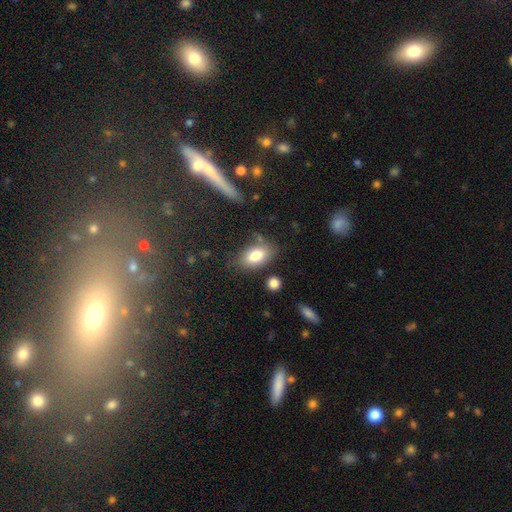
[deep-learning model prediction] The model was most divided on "merging": none: 68%, minor disturbance: 19%, merger: 7%, major disturbance: 6%. More confident: how rounded — in between (89%); smooth or featured — smooth (79%).